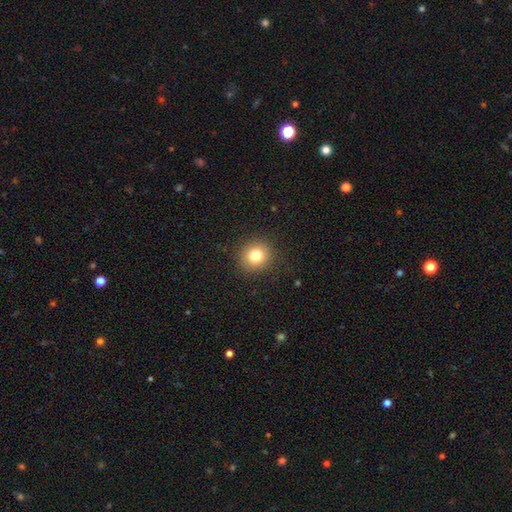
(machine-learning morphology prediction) This appears to be a smooth galaxy with no disk features (79%) that is round (90%). Merging: none (90%).